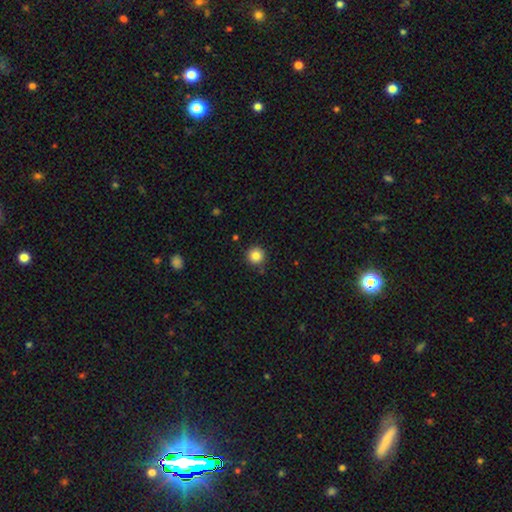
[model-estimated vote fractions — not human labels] Morphology: type=smooth (84%); roundness=round (96%); merging=none (89%).